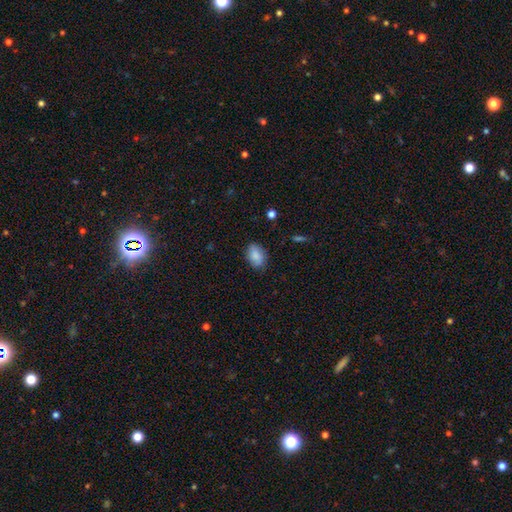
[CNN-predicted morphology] smooth 84%, featured or disk 9%, star or artifact 8%. Down the decision tree: how rounded — in between (83%); merging — none (76%).